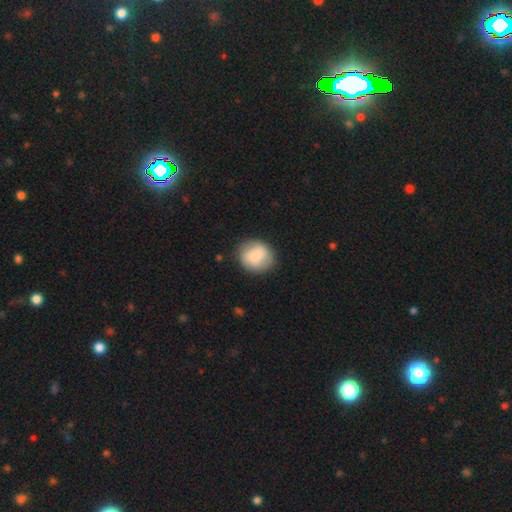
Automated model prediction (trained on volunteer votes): This is likely a smooth galaxy (79%). How rounded: likely round (76%). Merging: clearly none (81%).